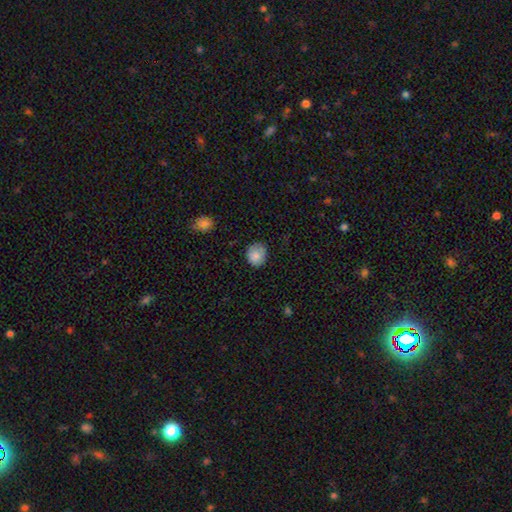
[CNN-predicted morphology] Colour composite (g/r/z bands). It shows a smooth galaxy with no disk features (84%) that is round (70%). Merging: none (76%).